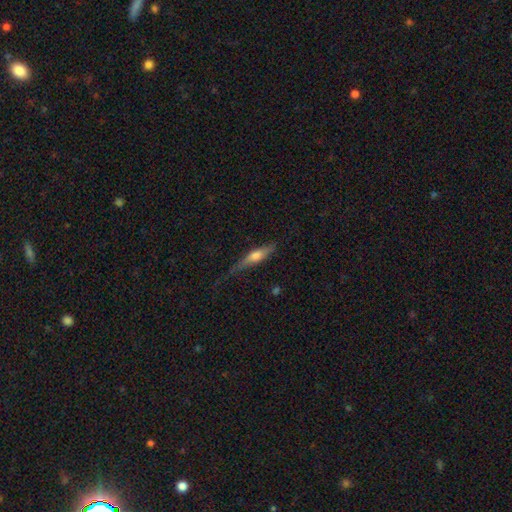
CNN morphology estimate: smooth_or_featured: smooth (p=0.49) [alt: featured or disk p=0.45]
merging: none (p=0.53) [alt: minor disturbance p=0.31]